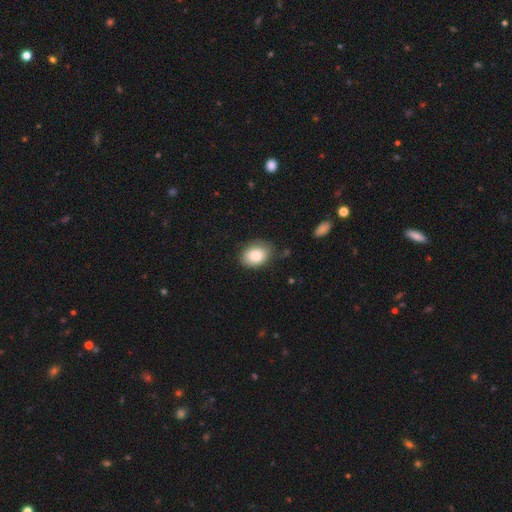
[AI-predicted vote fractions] smooth 84%, featured or disk 9%, star or artifact 7%. Down the decision tree: how rounded — in between (73%); merging — none (74%).